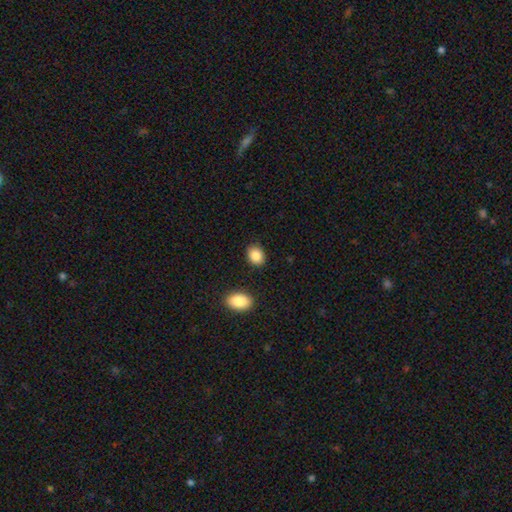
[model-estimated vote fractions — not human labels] Smooth or featured? smooth (87%)
How rounded? in between (63%)
Merging? none (87%)